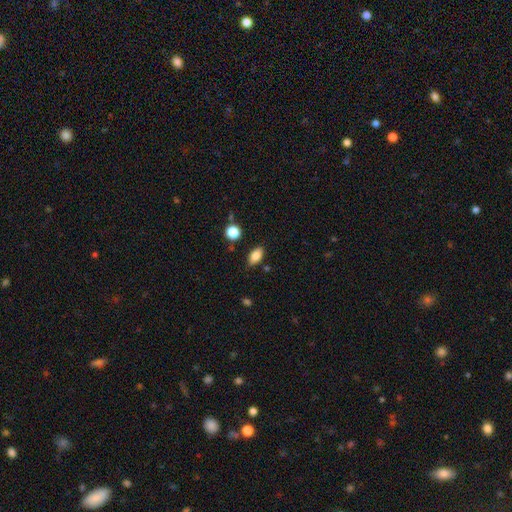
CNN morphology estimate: Q: Smooth or featured?
A: smooth (84%); runner-up: star or artifact (9%)
Q: How rounded?
A: in between (89%); runner-up: round (7%)
Q: Merging?
A: none (84%); runner-up: minor disturbance (11%)